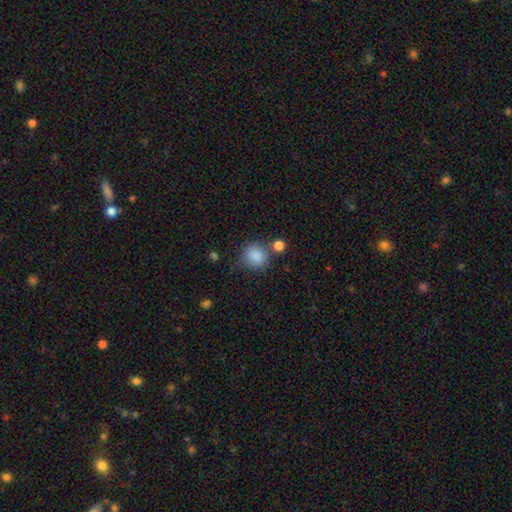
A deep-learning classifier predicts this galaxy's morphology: Smooth or featured?
  - smooth: 87% *
  - star or artifact: 9%
  - featured or disk: 4%
How rounded?
  - round: 85% *
  - in between: 14%
  - cigar-shaped: 1%
Merging?
  - none: 70% *
  - minor disturbance: 14%
  - merger: 11%
  - major disturbance: 5%